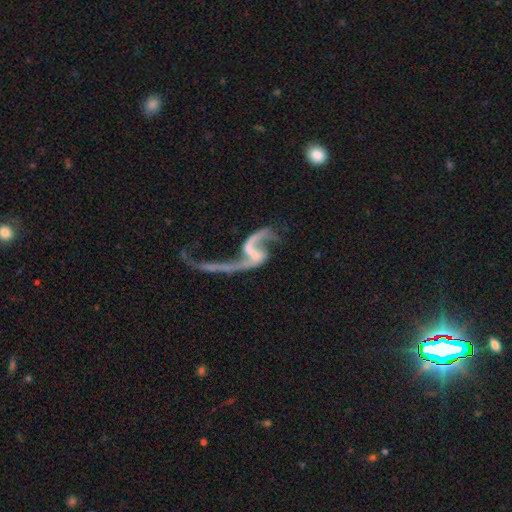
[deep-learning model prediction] The model was most divided on "bar": weak: 36%, no: 34%, strong: 30%. Remaining: edge-on disk — no (97%); spiral winding — loose (92%); spiral arms — yes (90%); smooth or featured — featured or disk (88%); spiral arm count — 2 (87%); bulge size — none (61%); merging — none (39%).